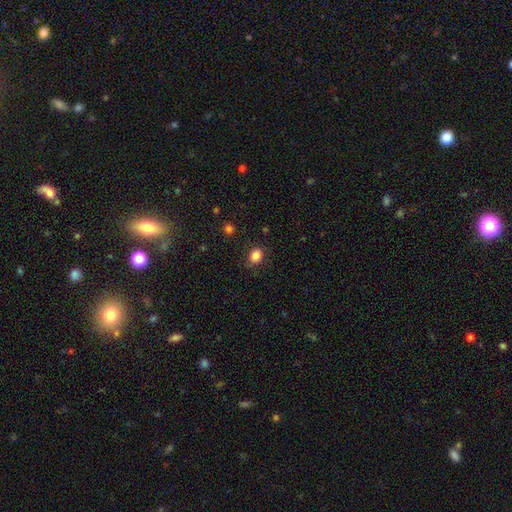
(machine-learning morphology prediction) smooth-or-featured: smooth: 84% | star or artifact: 11% | featured or disk: 5%
  how-rounded: round: 61% | in between: 38% | cigar-shaped: 1%
  merging: none: 78% | minor disturbance: 16% | major disturbance: 5% | merger: 1%